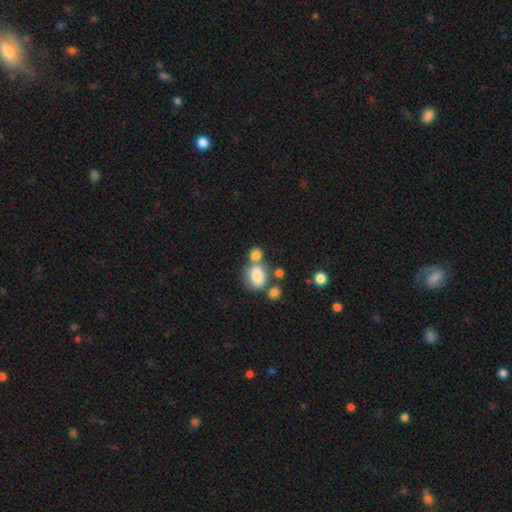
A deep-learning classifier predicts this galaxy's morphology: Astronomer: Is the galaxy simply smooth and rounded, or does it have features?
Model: smooth — 56%.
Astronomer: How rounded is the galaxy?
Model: round — 51% (runner-up: in between, 45%).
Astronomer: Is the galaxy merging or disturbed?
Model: none — 54% (runner-up: merger, 29%).